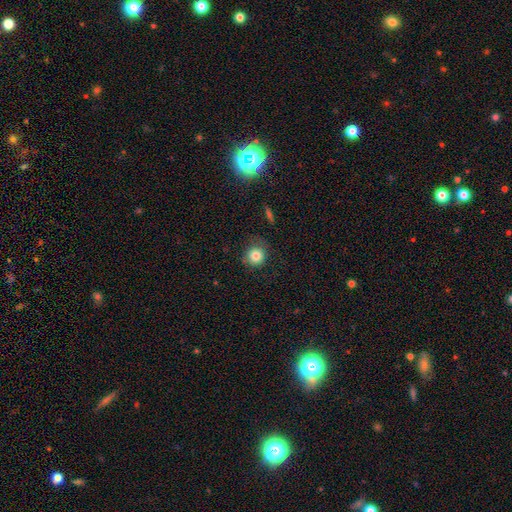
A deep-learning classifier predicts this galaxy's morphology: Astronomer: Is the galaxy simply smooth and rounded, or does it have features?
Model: smooth — 82%.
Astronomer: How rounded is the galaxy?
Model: round — 89%.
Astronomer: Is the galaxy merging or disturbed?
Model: none — 74%.